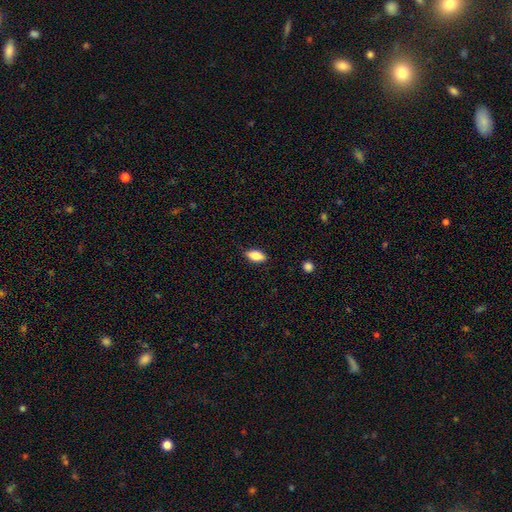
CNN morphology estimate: Smooth or featured? smooth (82%)
How rounded? in between (87%)
Merging? none (84%)